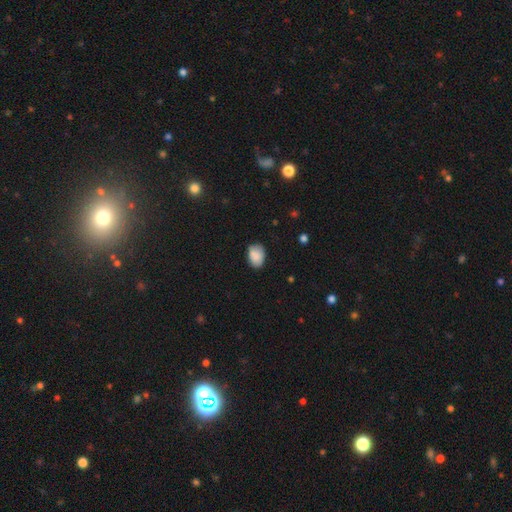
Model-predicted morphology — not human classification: type=smooth (86%); roundness=in between (77%); merging=none (70%).